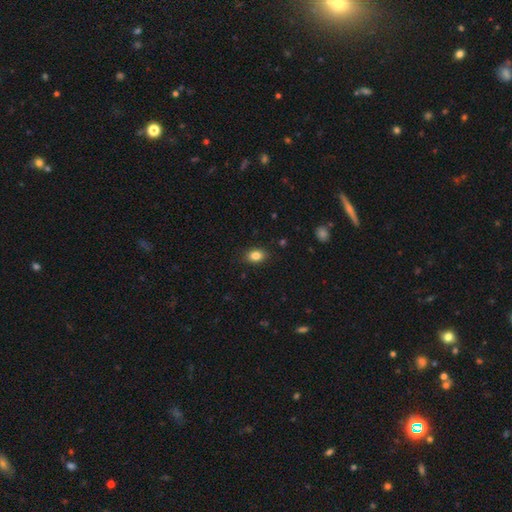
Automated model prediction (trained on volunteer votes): smooth 84%, star or artifact 9%, featured or disk 6%. Down the decision tree: how rounded — in between (76%); merging — none (87%).